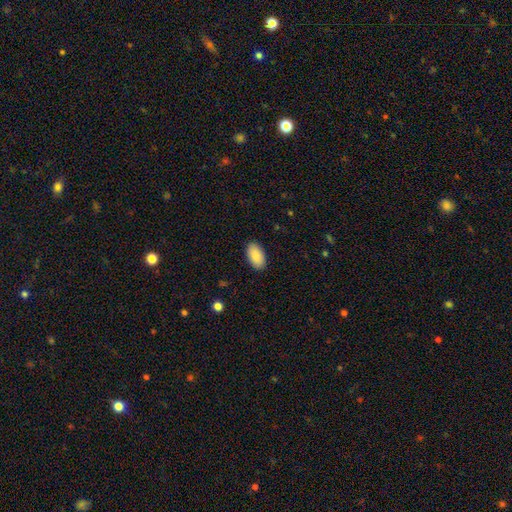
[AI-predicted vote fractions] Q: Smooth or featured?
A: smooth (90%); runner-up: star or artifact (6%)
Q: How rounded?
A: in between (96%); runner-up: round (2%)
Q: Merging?
A: none (90%); runner-up: minor disturbance (8%)